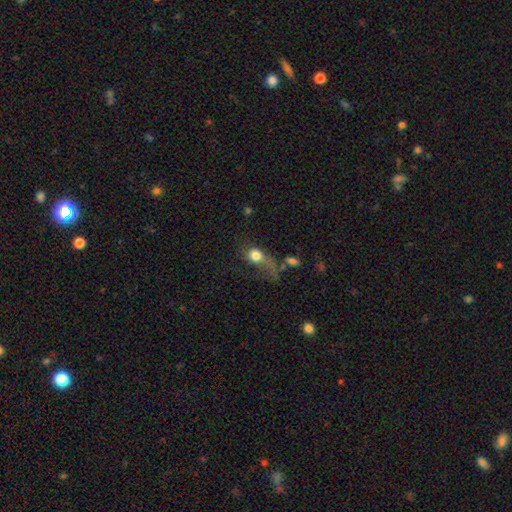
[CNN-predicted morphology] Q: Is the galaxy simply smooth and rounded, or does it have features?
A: smooth — 71%.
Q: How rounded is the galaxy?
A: round — 58%.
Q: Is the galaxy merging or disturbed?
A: major disturbance — 54%.